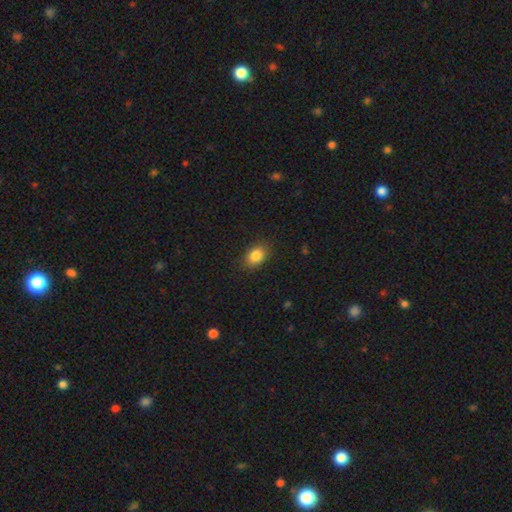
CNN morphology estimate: type=smooth (85%); roundness=in between (74%); merging=none (85%).